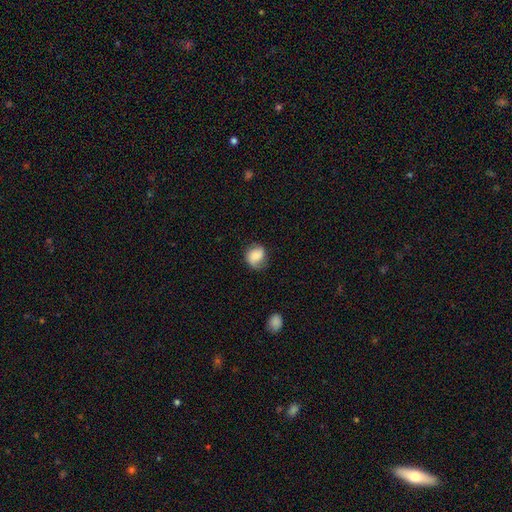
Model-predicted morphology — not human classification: Overall: smooth (63%; featured or disk 28%). How rounded: round (67%; in between 32%). Merging: none (62%; minor disturbance 26%).